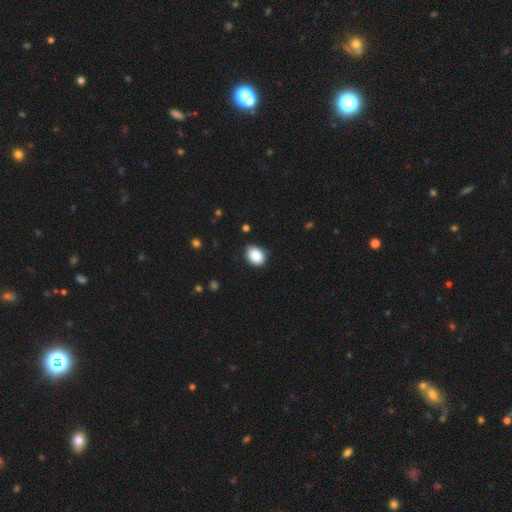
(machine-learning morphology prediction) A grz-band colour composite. It shows a smooth galaxy with no disk features (88%) that is in between round and cigar-shaped (66%). Merging: none (82%).